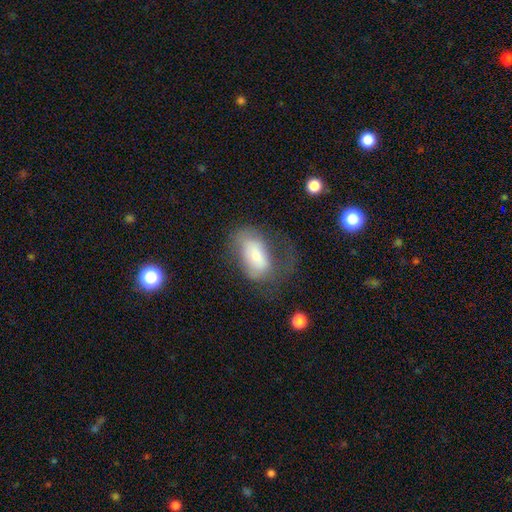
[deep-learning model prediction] smooth 56%, featured or disk 35%, star or artifact 8%. Down the decision tree: how rounded — in between (89%); merging — major disturbance (40%).